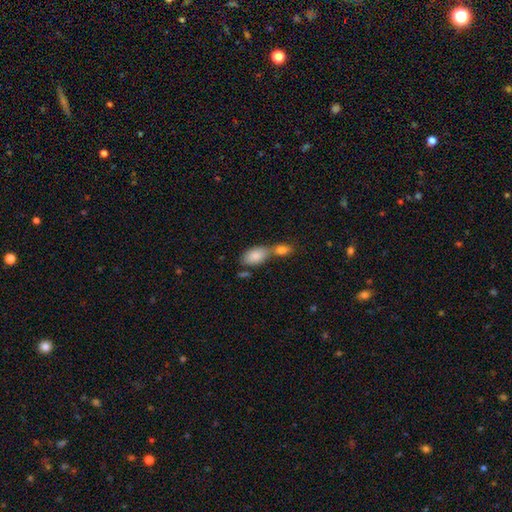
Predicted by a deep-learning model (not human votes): Smooth or featured? smooth (85%)
How rounded? in between (92%)
Merging? merger (52%)